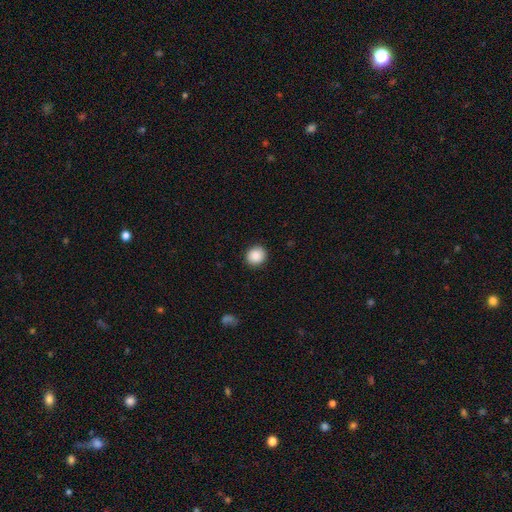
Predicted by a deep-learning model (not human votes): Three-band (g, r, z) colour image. It shows a smooth galaxy with no disk features (88%) that is round (88%). Merging: none (90%).